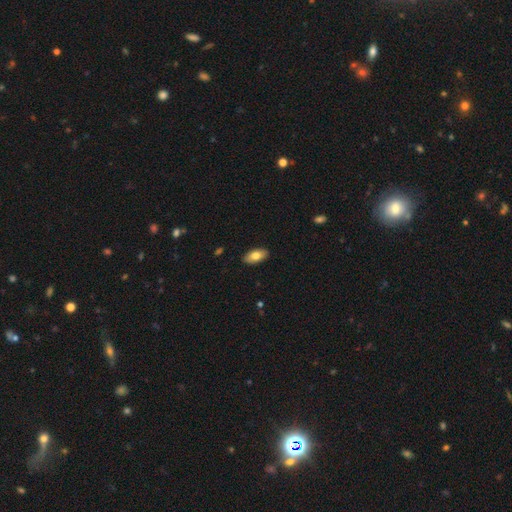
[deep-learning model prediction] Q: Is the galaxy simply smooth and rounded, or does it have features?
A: smooth — 78%.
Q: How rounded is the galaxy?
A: in between — 93%.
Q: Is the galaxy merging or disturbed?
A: none — 89%.